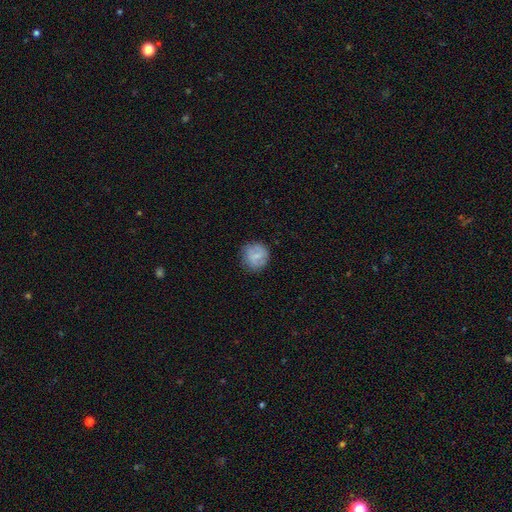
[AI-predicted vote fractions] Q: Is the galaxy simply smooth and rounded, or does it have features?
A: smooth — 70%.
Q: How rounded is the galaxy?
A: round — 88%.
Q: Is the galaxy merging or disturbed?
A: none — 76%.